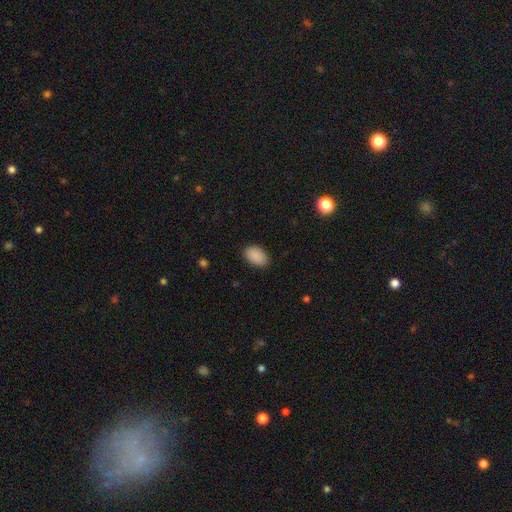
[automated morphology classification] Q: Smooth or featured?
A: smooth (90%); runner-up: star or artifact (7%)
Q: How rounded?
A: in between (90%); runner-up: round (9%)
Q: Merging?
A: none (85%); runner-up: minor disturbance (11%)